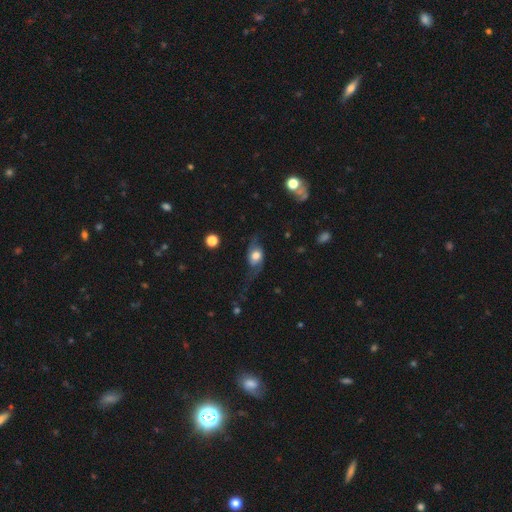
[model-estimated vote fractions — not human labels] A featured or disk galaxy (54%).

Vote fractions:
- Smooth or featured? featured or disk: 54% / smooth: 39% / star or artifact: 8%
- Edge-on disk? no: 85% / yes: 15%
- Merging? none: 47% / major disturbance: 27% / minor disturbance: 23% / merger: 3%